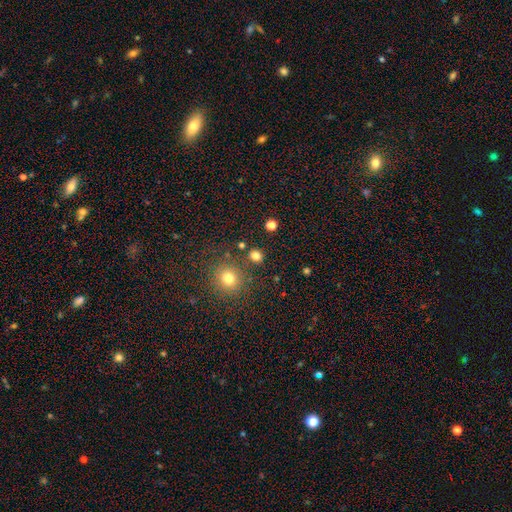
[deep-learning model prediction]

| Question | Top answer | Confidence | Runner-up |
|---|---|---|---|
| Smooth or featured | smooth | 78% | star or artifact (16%) |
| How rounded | round | 77% | in between (22%) |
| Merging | none | 83% | minor disturbance (8%) |